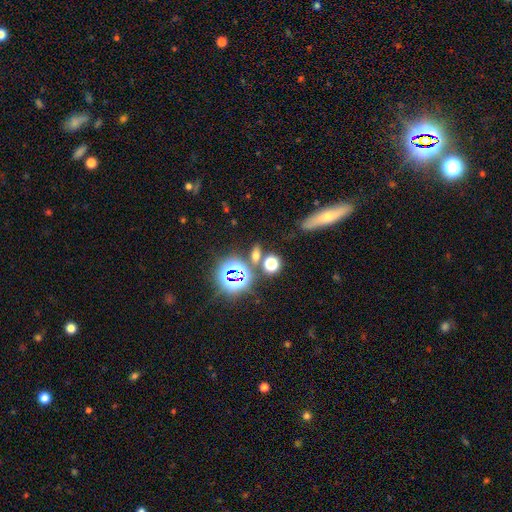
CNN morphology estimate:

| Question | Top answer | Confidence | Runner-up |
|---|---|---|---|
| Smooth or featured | smooth | 50% | star or artifact (40%) |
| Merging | none | 74% | merger (12%) |